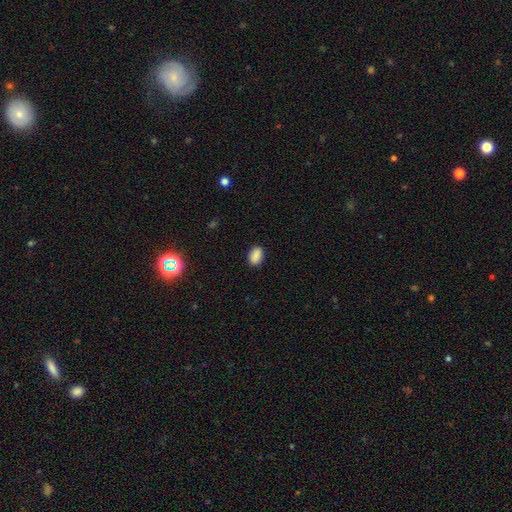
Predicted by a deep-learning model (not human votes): A smooth galaxy with no disk features (88%) that is in between round and cigar-shaped (83%).

Vote fractions:
- Smooth or featured? smooth: 88% / star or artifact: 9% / featured or disk: 4%
- How rounded? in between: 83% / round: 16% / cigar-shaped: 1%
- Merging? none: 87% / minor disturbance: 10% / major disturbance: 2% / merger: 1%